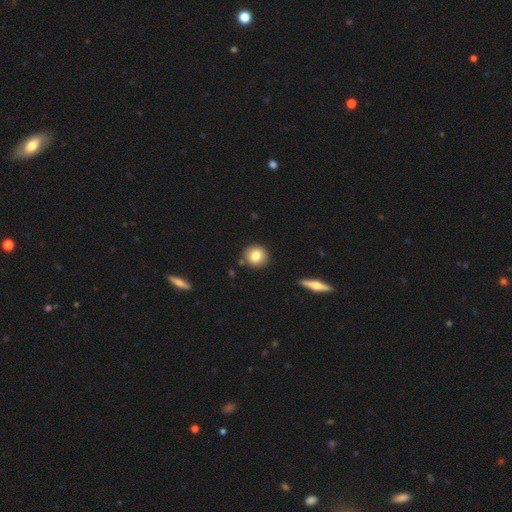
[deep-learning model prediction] Overall: smooth (82%). How rounded: round (90%). Merging: none (85%).